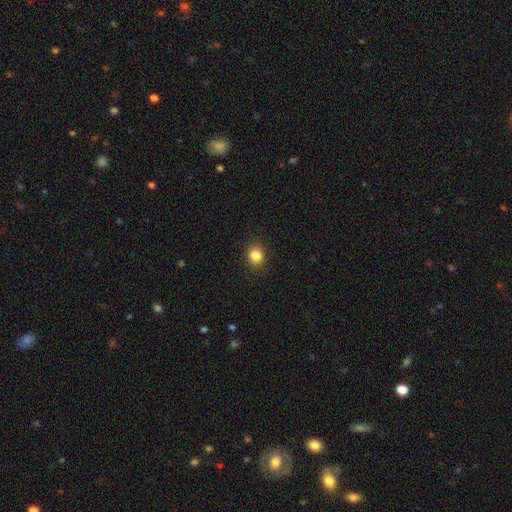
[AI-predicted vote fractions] smooth 85%, star or artifact 11%, featured or disk 4%. Down the decision tree: how rounded — round (77%); merging — none (90%).